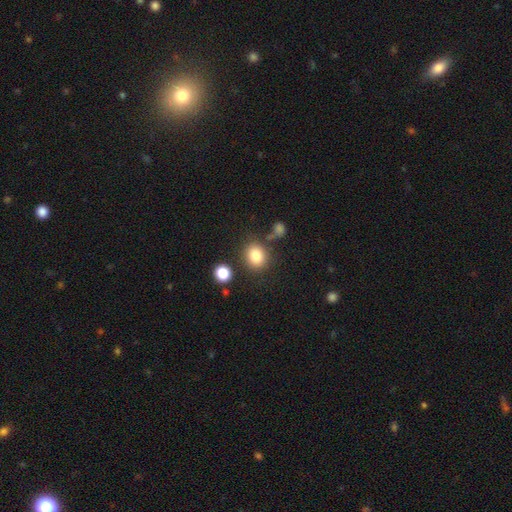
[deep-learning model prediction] smooth 83%, star or artifact 11%, featured or disk 6%. Down the decision tree: how rounded — round (67%); merging — none (77%).